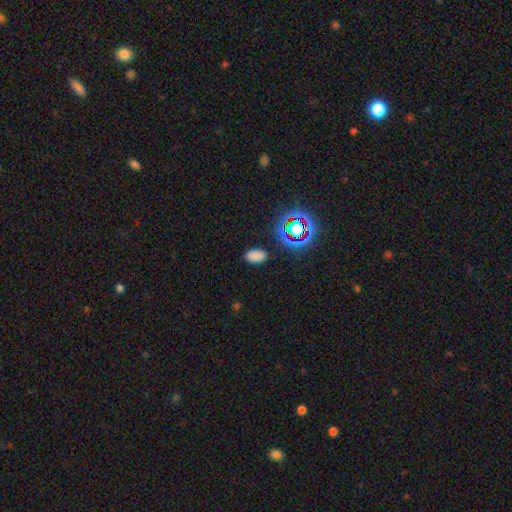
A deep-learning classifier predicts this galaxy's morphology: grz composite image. It shows a smooth galaxy with no disk features (75%) that is in between round and cigar-shaped (91%). Merging: none (86%).